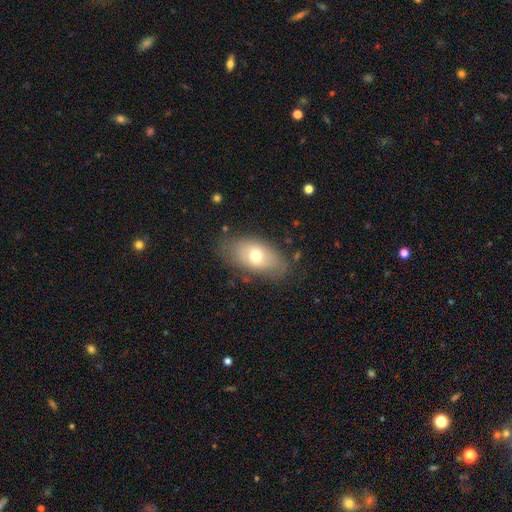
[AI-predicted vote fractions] smooth 66%, featured or disk 26%, star or artifact 8%. Down the decision tree: how rounded — in between (90%); merging — none (75%).